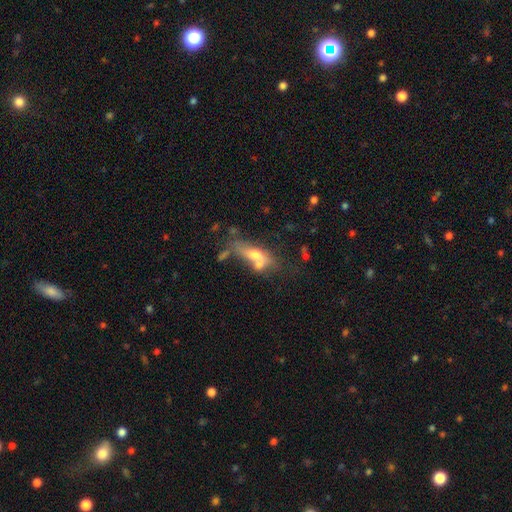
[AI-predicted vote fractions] This appears to be a smooth galaxy with no disk features (52%) that is in between round and cigar-shaped (62%). Merging: merger (48%).